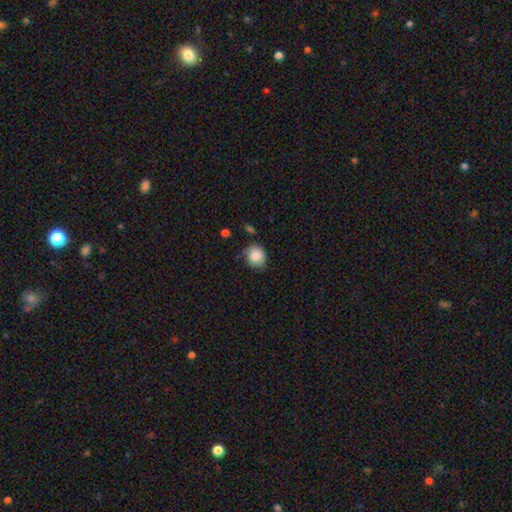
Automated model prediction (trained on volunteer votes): Morphology: type=smooth (86%); roundness=round (76%); merging=none (72%).